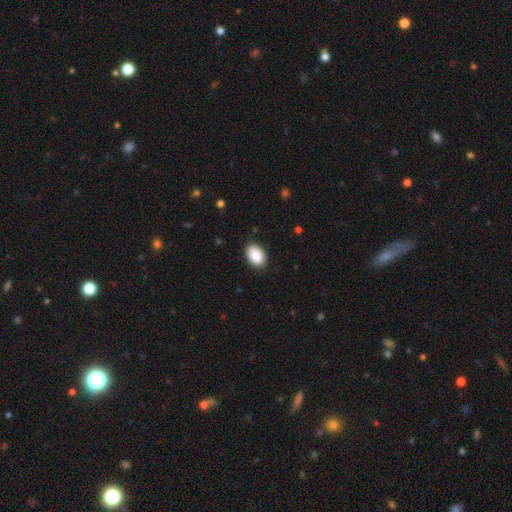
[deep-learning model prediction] Morphology: type=smooth (90%); roundness=in between (89%); merging=none (86%).